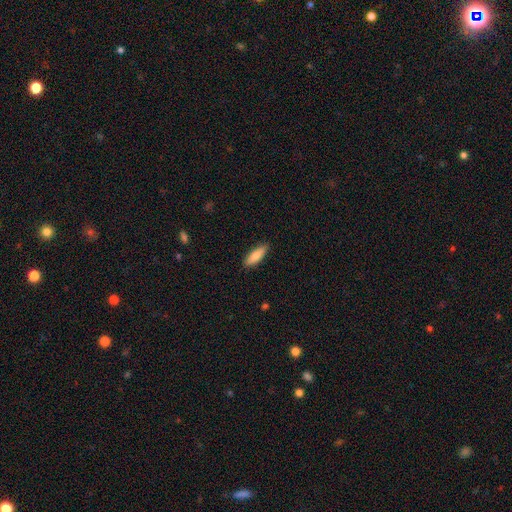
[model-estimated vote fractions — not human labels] A smooth galaxy with no disk features (80%) that is in between round and cigar-shaped (52%).

Vote fractions:
- Smooth or featured? smooth: 80% / featured or disk: 14% / star or artifact: 6%
- How rounded? in between: 52% / cigar-shaped: 47% / round: 2%
- Merging? none: 88% / minor disturbance: 10% / major disturbance: 2% / merger: 1%